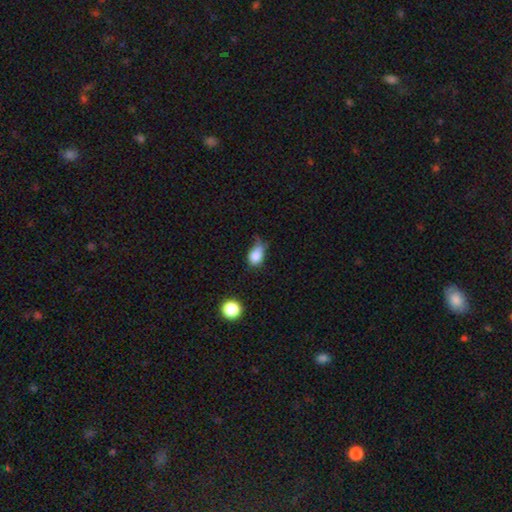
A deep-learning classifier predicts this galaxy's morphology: smooth 82%, star or artifact 10%, featured or disk 8%. Down the decision tree: how rounded — in between (72%); merging — minor disturbance (42%).